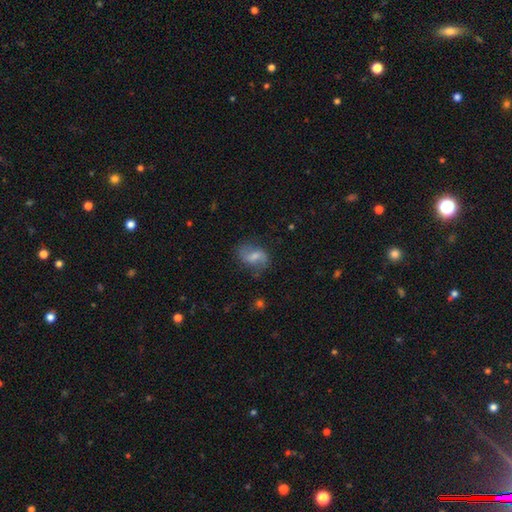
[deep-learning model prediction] This is likely a featured or disk galaxy (63%). It is clearly not viewed edge-on (96%). Bar: possibly weak (50%). Spiral arm pattern: clearly yes (89%). Spiral arm count: clearly 2 (87%). Spiral winding: possibly loose (58%). Central bulge: marginally moderate (38%). Merging: likely none (73%).